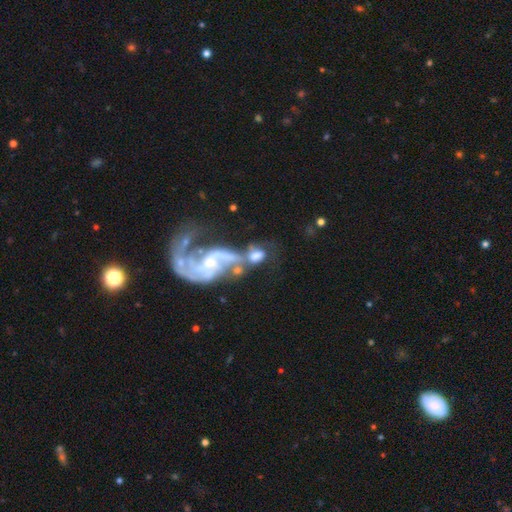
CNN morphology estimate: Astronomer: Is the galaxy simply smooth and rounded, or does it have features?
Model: featured or disk — 51% (runner-up: smooth, 38%).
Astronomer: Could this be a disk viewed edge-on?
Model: no — 94%.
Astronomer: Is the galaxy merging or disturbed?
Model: merger — 48%.